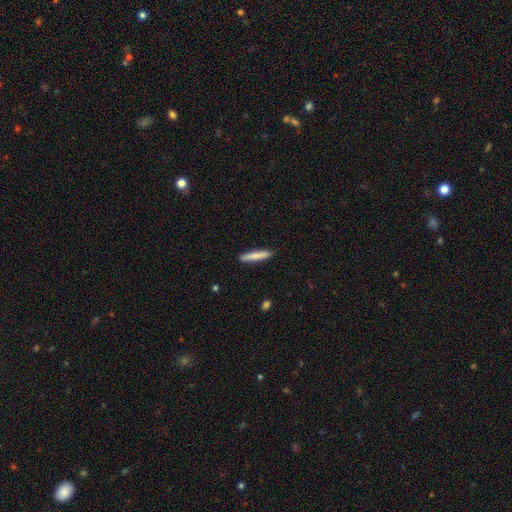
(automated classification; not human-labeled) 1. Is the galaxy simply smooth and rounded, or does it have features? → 79% smooth, 16% featured or disk, 5% star or artifact.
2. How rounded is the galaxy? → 93% cigar-shaped, 6% in between, 1% round.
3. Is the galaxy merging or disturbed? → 90% none, 7% minor disturbance, 1% major disturbance, 1% merger.